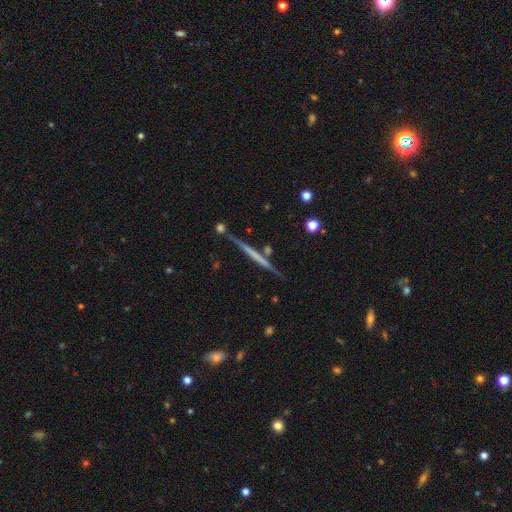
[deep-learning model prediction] Smooth or featured? Predicted: featured or disk (p=0.65). Edge-on disk? Predicted: yes (p=0.97). Edge-on bulge? Predicted: none (p=0.86). Merging? Predicted: none (p=0.84).